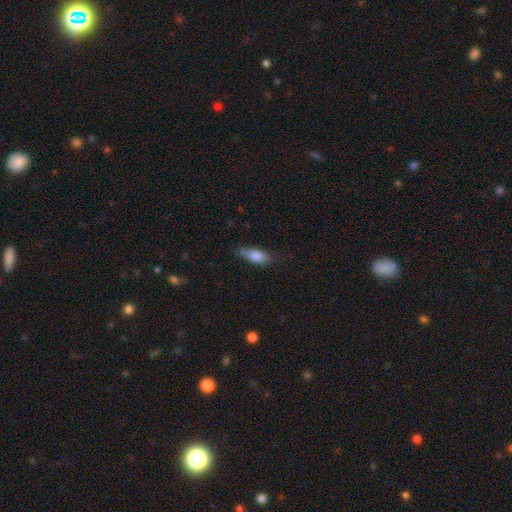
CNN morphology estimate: A smooth galaxy with no disk features (80%) that is in between round and cigar-shaped (71%).

Vote fractions:
- Smooth or featured? smooth: 80% / featured or disk: 13% / star or artifact: 7%
- How rounded? in between: 71% / cigar-shaped: 27% / round: 3%
- Merging? none: 61% / minor disturbance: 30% / major disturbance: 7% / merger: 2%